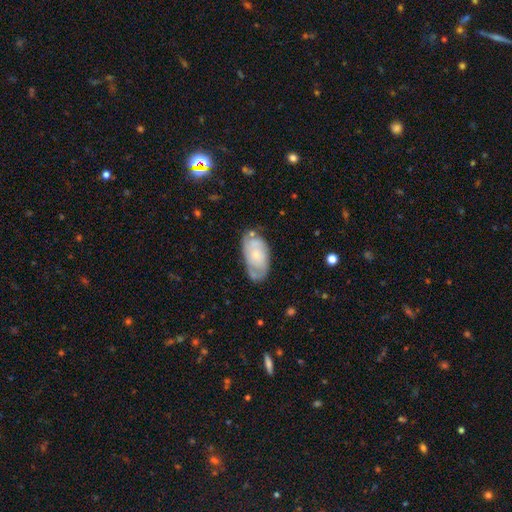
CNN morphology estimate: A featured or disk galaxy (54%) with no bar (80%), spiral arms (71%) and a small central bulge (65%). Merging: none (62%).